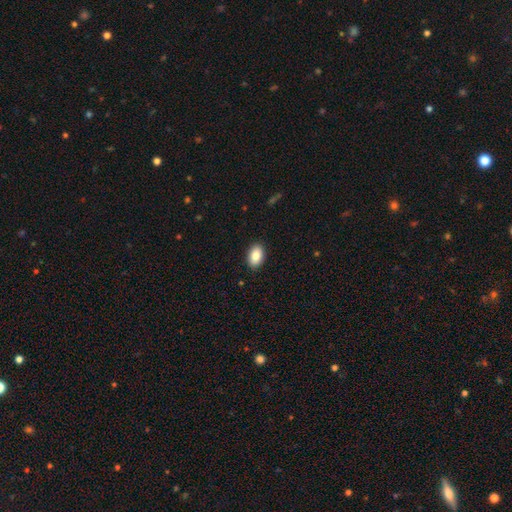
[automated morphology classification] smooth-or-featured: smooth: 87% | star or artifact: 7% | featured or disk: 6%
  how-rounded: in between: 92% | round: 7% | cigar-shaped: 1%
  merging: none: 90% | minor disturbance: 7% | major disturbance: 2% | merger: 1%